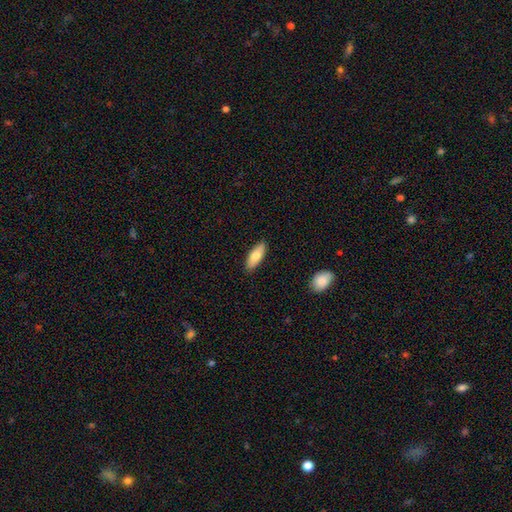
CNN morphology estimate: smooth-or-featured: smooth: 77% | featured or disk: 17% | star or artifact: 6%
  how-rounded: in between: 70% | cigar-shaped: 28% | round: 2%
  merging: none: 88% | minor disturbance: 9% | major disturbance: 2% | merger: 1%